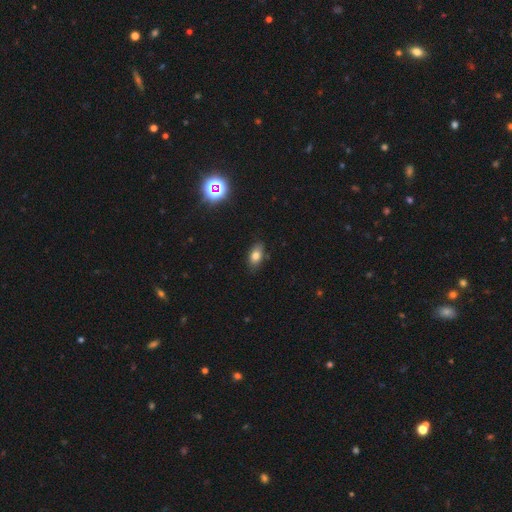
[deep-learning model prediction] This appears to be a smooth galaxy with no disk features (78%) that is in between round and cigar-shaped (87%). Merging: none (81%).